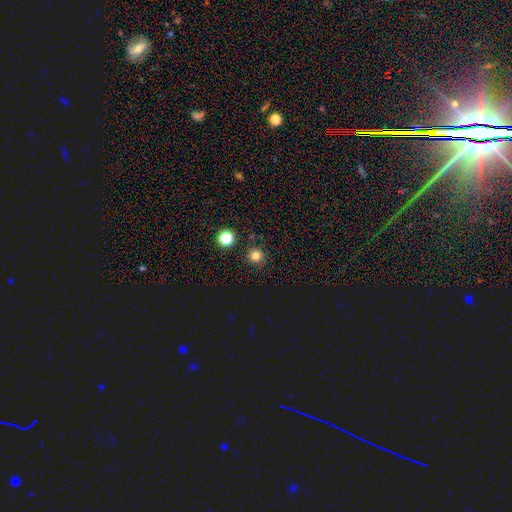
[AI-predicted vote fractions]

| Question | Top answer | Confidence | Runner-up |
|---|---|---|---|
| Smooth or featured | smooth | 80% | star or artifact (16%) |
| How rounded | round | 94% | in between (5%) |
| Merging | none | 90% | minor disturbance (6%) |